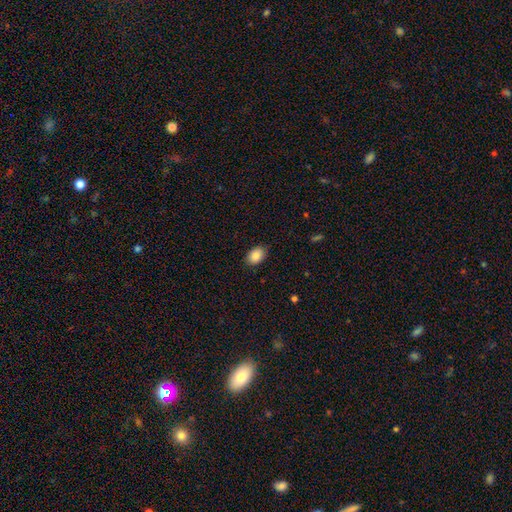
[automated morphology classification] Smooth or featured: smooth — 87% (star or artifact — 8%)
How rounded: in between — 81% (round — 18%)
Merging: none — 87% (minor disturbance — 10%)